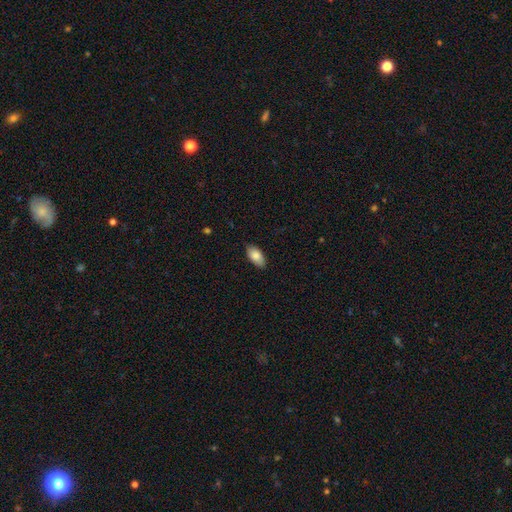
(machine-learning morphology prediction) This appears to be a smooth galaxy with no disk features (86%) that is in between round and cigar-shaped (93%). Merging: none (86%).